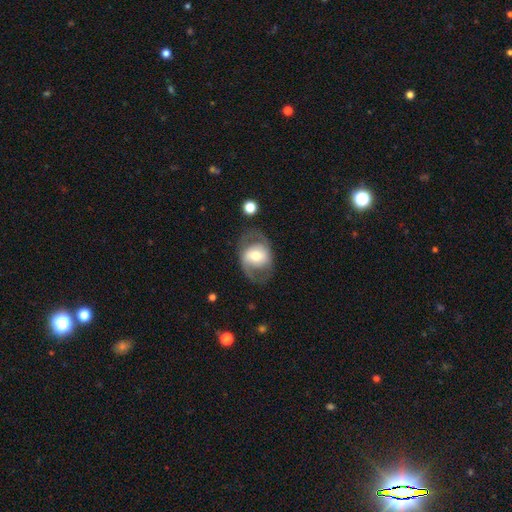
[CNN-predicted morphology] smooth_or_featured: featured or disk (p=0.62) [alt: smooth p=0.31]
disk_edge_on: no (p=0.95) [alt: yes p=0.05]
bar: no (p=0.49) [alt: weak p=0.32]
has_spiral_arms: yes (p=0.60) [alt: no p=0.40]
bulge_size: moderate (p=0.63) [alt: large p=0.18]
merging: none (p=0.70) [alt: minor disturbance p=0.16]